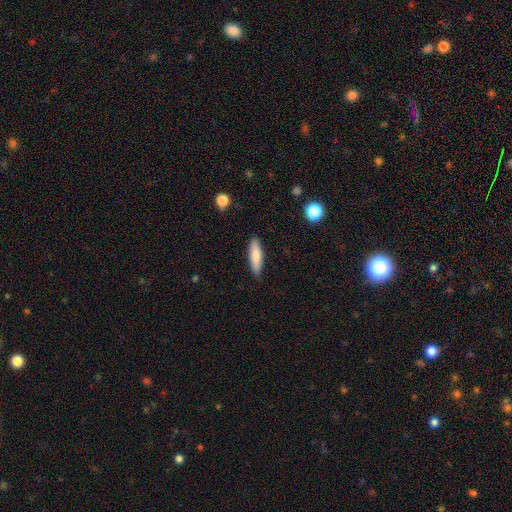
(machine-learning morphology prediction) This is clearly a smooth galaxy (83%). How rounded: likely cigar-shaped (63%). Merging: clearly none (88%).